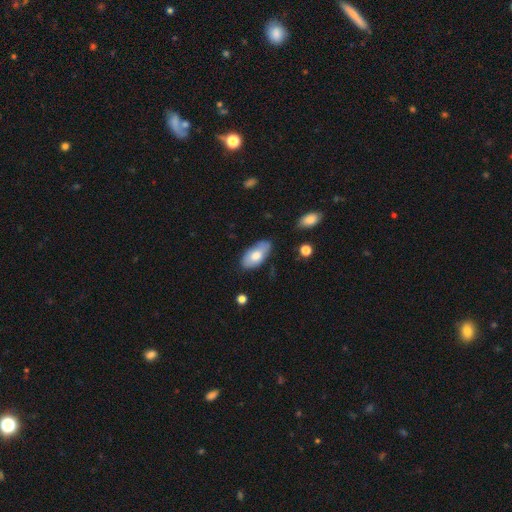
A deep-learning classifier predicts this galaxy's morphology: smooth-or-featured: smooth: 72% | featured or disk: 21% | star or artifact: 6%
  how-rounded: in between: 94% | cigar-shaped: 4% | round: 3%
  merging: none: 75% | minor disturbance: 19% | major disturbance: 4% | merger: 2%